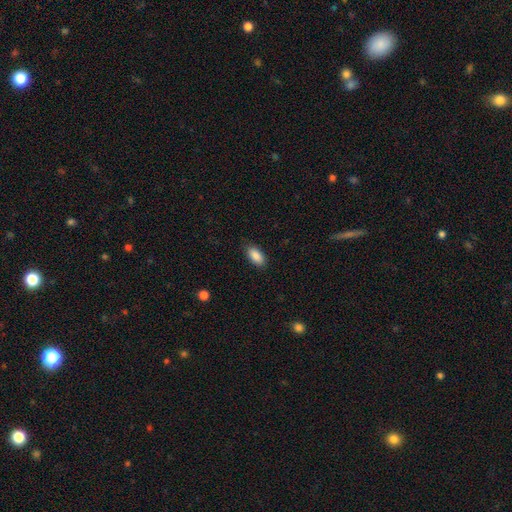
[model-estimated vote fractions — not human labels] Smooth or featured?
  - smooth: 89% *
  - star or artifact: 7%
  - featured or disk: 4%
How rounded?
  - in between: 92% *
  - cigar-shaped: 5%
  - round: 2%
Merging?
  - none: 86% *
  - minor disturbance: 10%
  - major disturbance: 2%
  - merger: 1%